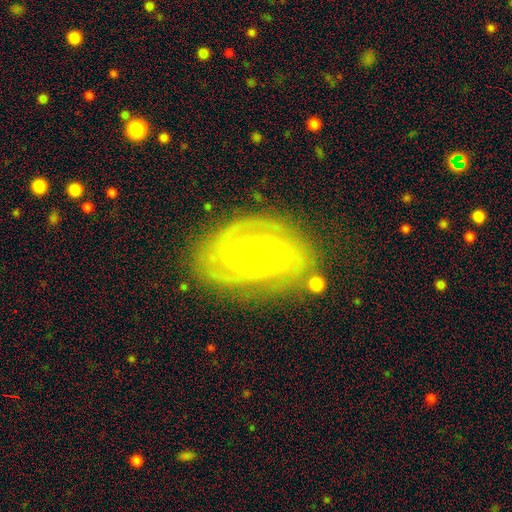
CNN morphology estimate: A featured or disk galaxy (87%) with a weak bar (44%), 2 (35%) tight (75%) spiral arms (96%) and a small central bulge (71%). Merging: none (77%).